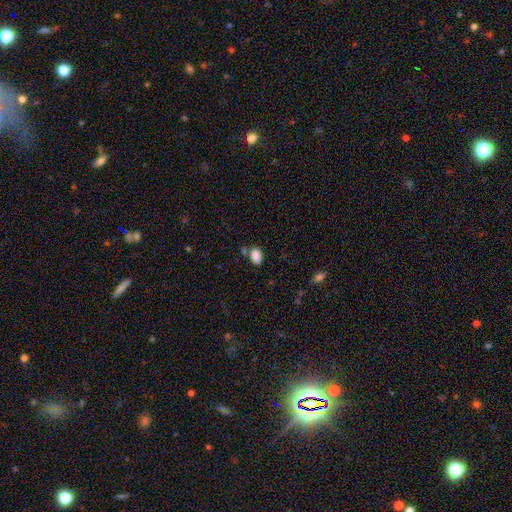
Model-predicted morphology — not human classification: smooth_or_featured: smooth (p=0.88) [alt: star or artifact p=0.09]
how_rounded: in between (p=0.84) [alt: round p=0.15]
merging: none (p=0.71) [alt: minor disturbance p=0.14]